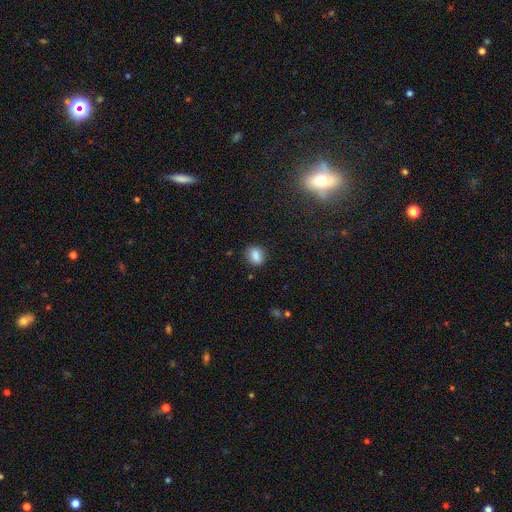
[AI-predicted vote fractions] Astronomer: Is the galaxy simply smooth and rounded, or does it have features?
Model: smooth — 85%.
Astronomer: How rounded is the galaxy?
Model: round — 50% (runner-up: in between, 48%).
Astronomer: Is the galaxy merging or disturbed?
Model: none — 84%.